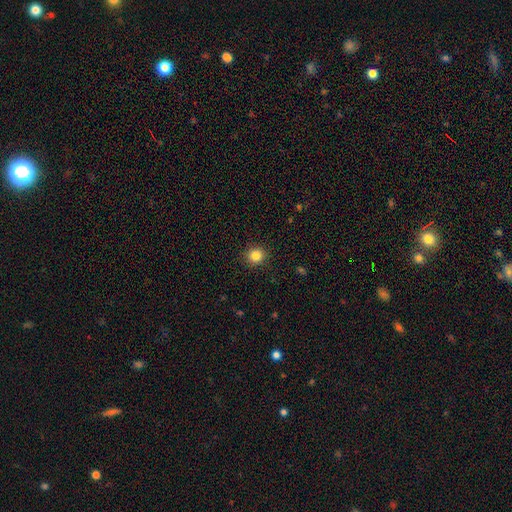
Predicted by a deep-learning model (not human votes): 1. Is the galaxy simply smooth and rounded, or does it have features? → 84% smooth, 11% star or artifact, 5% featured or disk.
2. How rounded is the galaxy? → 90% round, 9% in between, 1% cigar-shaped.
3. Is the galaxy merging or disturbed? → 91% none, 6% minor disturbance, 2% major disturbance, 1% merger.